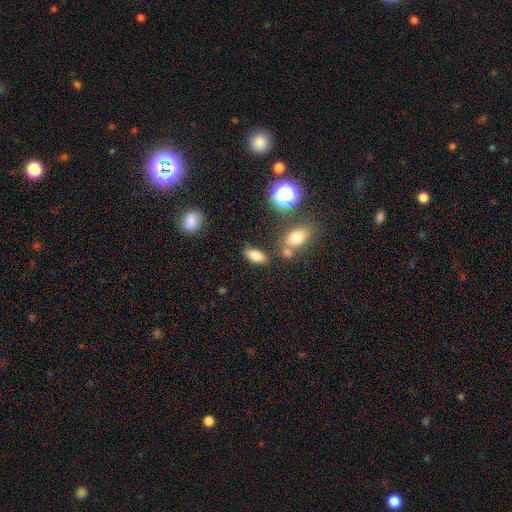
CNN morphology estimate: This is likely a smooth galaxy (77%). How rounded: clearly in between (85%). Merging: likely none (76%).